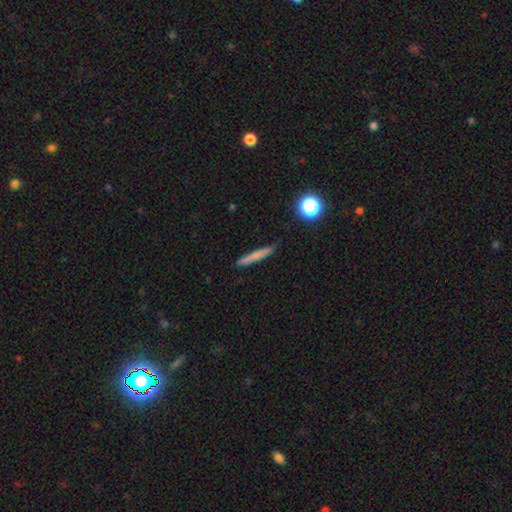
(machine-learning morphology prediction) Overall: smooth (66%). How rounded: cigar-shaped (95%). Merging: none (86%).